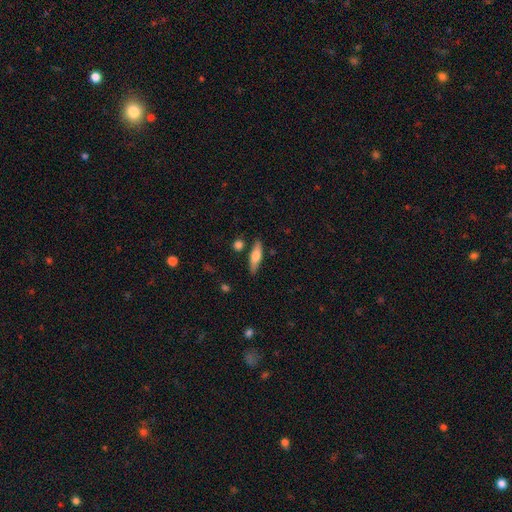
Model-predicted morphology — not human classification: smooth 60%, featured or disk 34%, star or artifact 6%. Down the decision tree: how rounded — cigar-shaped (62%); merging — none (82%).